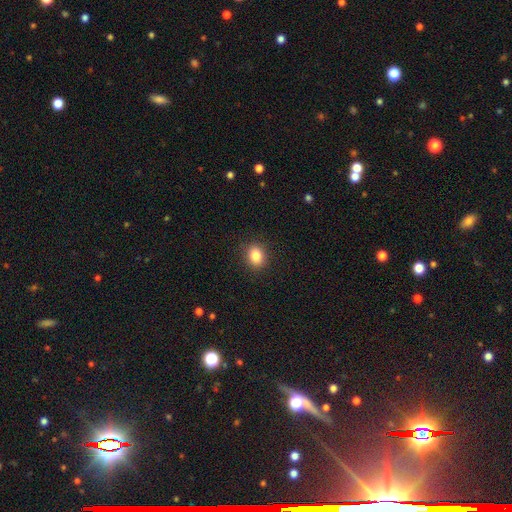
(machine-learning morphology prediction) type=smooth (85%); roundness=round (52%); merging=none (89%).